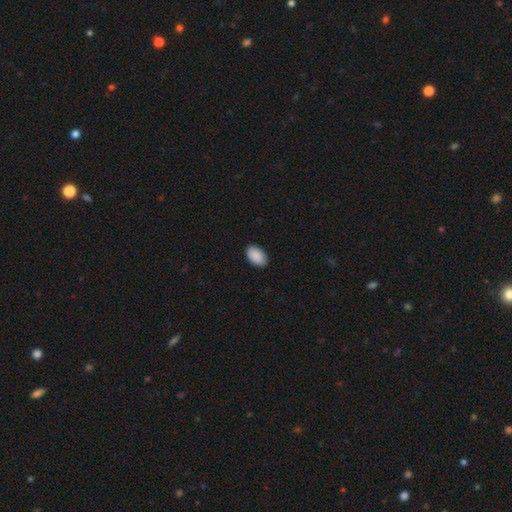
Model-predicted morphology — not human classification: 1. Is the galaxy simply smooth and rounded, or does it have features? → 91% smooth, 6% star or artifact, 3% featured or disk.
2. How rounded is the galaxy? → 93% in between, 6% round, 1% cigar-shaped.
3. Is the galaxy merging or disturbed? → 90% none, 8% minor disturbance, 2% major disturbance, 1% merger.